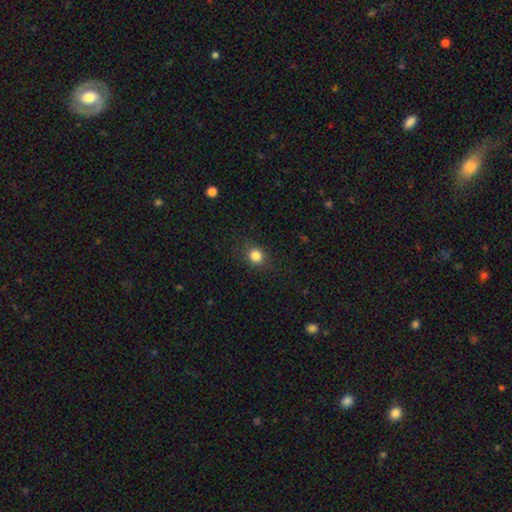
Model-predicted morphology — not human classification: smooth-or-featured: smooth: 83% | star or artifact: 11% | featured or disk: 5%
  how-rounded: round: 74% | in between: 25% | cigar-shaped: 1%
  merging: none: 85% | minor disturbance: 10% | major disturbance: 4% | merger: 1%